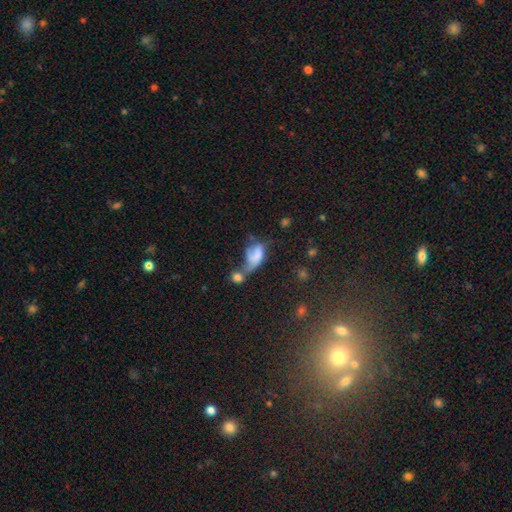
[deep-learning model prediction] This appears to be a smooth galaxy with no disk features (57%) that is in between round and cigar-shaped (84%). Merging: merger (44%).